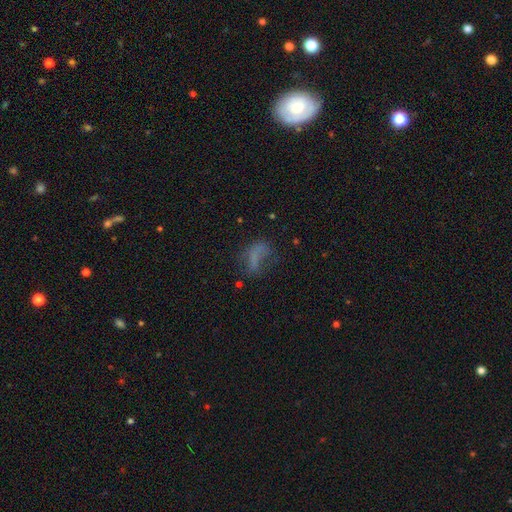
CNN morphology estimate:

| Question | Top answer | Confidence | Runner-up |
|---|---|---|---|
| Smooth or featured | smooth | 54% | featured or disk (27%) |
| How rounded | in between | 73% | round (14%) |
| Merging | none | 39% | major disturbance (33%) |